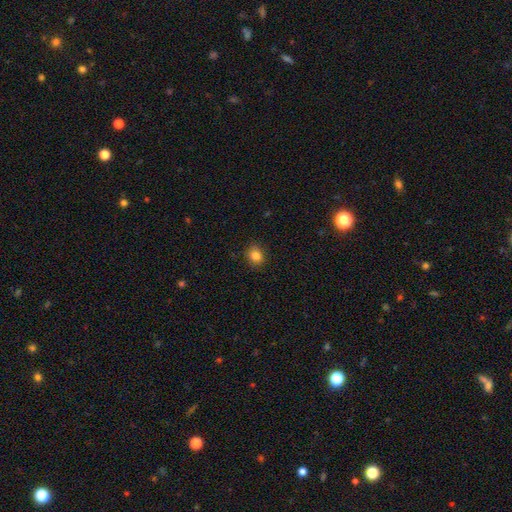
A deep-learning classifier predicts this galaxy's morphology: smooth_or_featured: smooth (p=0.84) [alt: star or artifact p=0.11]
how_rounded: round (p=0.67) [alt: in between p=0.32]
merging: none (p=0.87) [alt: minor disturbance p=0.10]